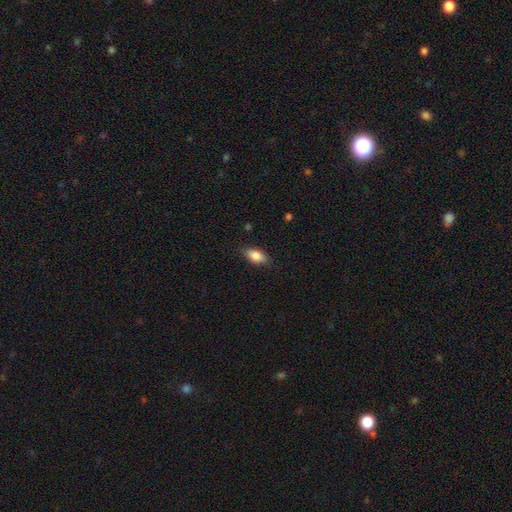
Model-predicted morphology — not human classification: Q: Smooth or featured?
A: smooth (84%); runner-up: featured or disk (9%)
Q: How rounded?
A: in between (88%); runner-up: cigar-shaped (8%)
Q: Merging?
A: none (84%); runner-up: minor disturbance (12%)